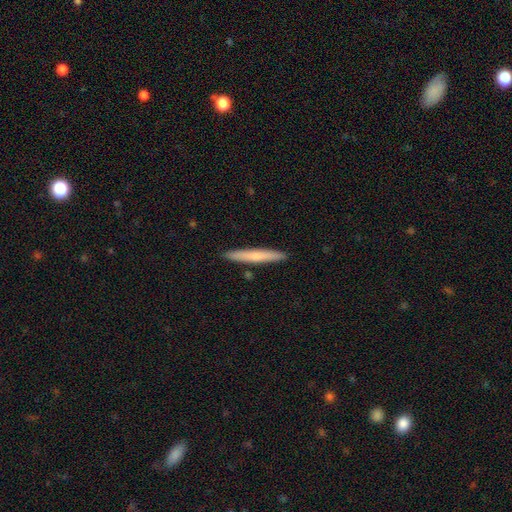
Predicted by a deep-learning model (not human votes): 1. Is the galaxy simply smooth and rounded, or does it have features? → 65% smooth, 30% featured or disk, 5% star or artifact.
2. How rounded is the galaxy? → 96% cigar-shaped, 3% in between, 1% round.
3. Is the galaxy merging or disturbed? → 91% none, 6% minor disturbance, 2% merger, 1% major disturbance.